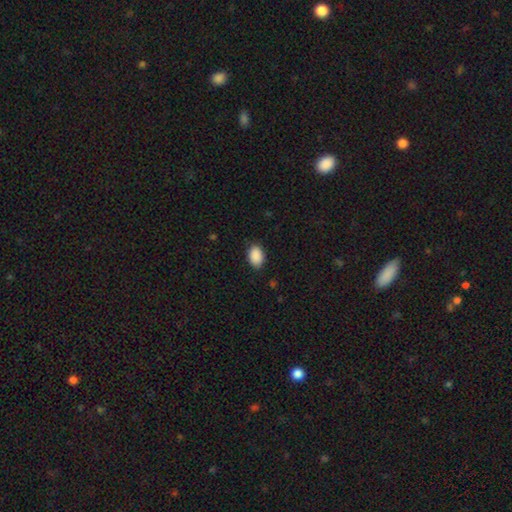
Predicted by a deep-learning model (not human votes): This is clearly a smooth galaxy (91%). How rounded: clearly in between (87%). Merging: clearly none (86%).